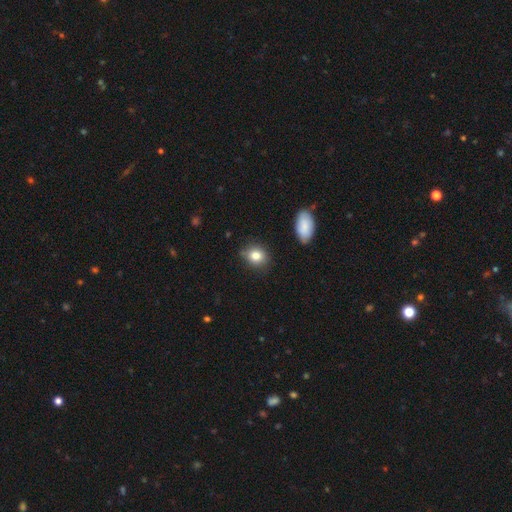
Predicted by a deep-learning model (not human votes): smooth 83%, star or artifact 9%, featured or disk 8%. Down the decision tree: how rounded — round (59%); merging — none (77%).